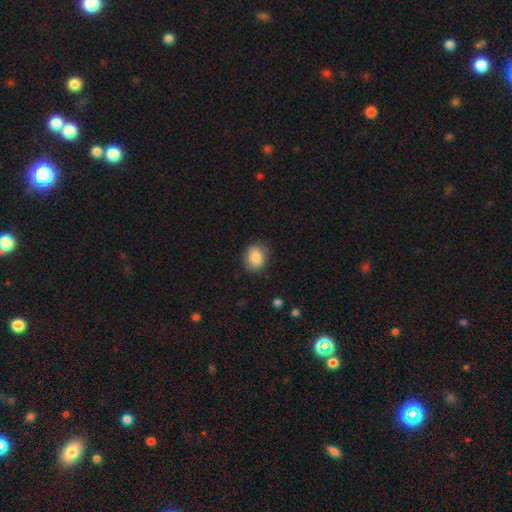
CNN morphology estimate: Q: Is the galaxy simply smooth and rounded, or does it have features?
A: smooth — 86%.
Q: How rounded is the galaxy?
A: round — 51%.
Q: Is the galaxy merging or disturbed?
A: none — 82%.